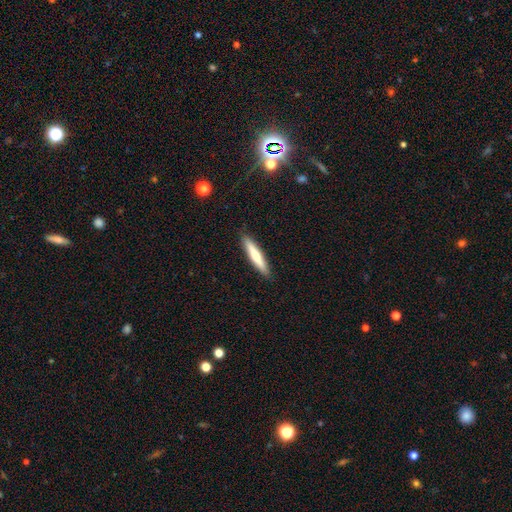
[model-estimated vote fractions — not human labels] Smooth or featured? Predicted: smooth (p=0.57). How rounded? Predicted: cigar-shaped (p=0.90). Merging? Predicted: none (p=0.90).